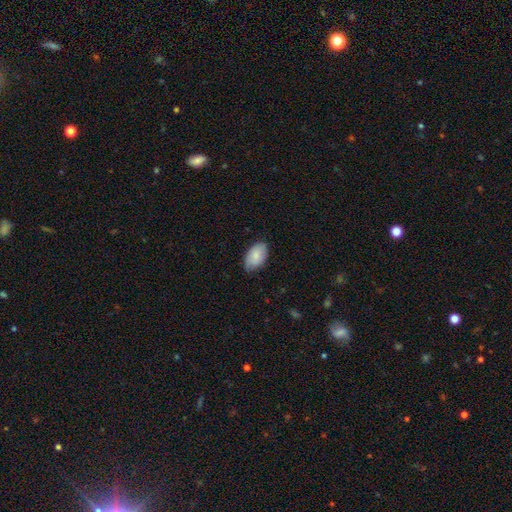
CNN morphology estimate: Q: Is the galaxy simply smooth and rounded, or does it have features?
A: smooth — 83%.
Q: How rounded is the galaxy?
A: in between — 95%.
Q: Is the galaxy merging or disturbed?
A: none — 73%.